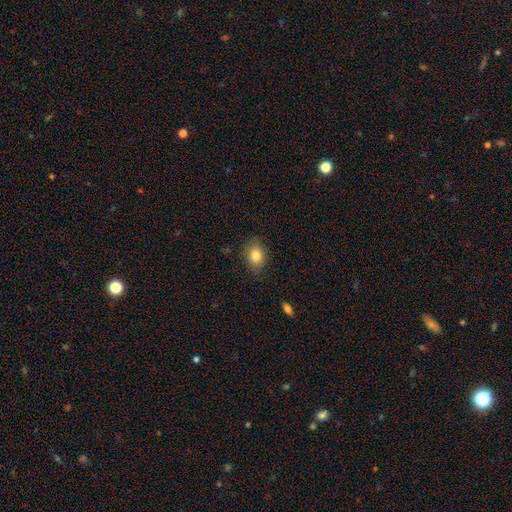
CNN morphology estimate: This appears to be a smooth galaxy with no disk features (83%) that is in between round and cigar-shaped (66%). Merging: none (84%).